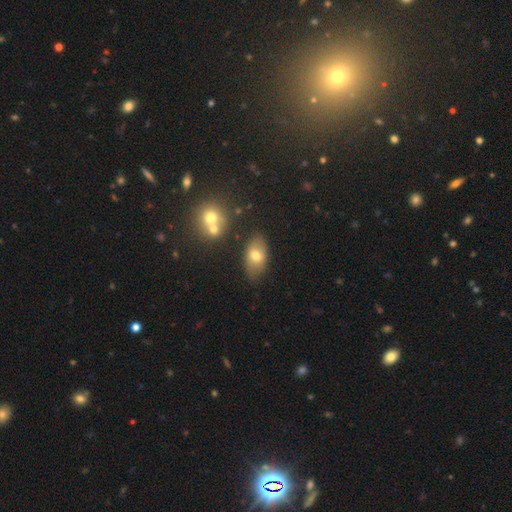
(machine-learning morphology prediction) Q: Smooth or featured?
A: smooth (70%); runner-up: featured or disk (21%)
Q: How rounded?
A: in between (90%); runner-up: round (7%)
Q: Merging?
A: none (74%); runner-up: minor disturbance (17%)